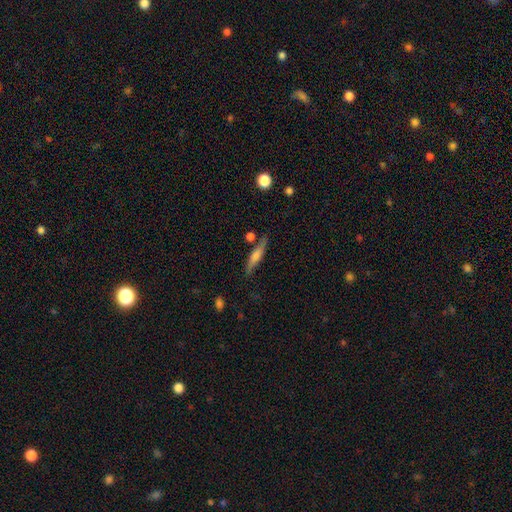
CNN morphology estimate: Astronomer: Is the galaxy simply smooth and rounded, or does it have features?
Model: smooth — 50% (runner-up: featured or disk, 43%).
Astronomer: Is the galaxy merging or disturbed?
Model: none — 77%.